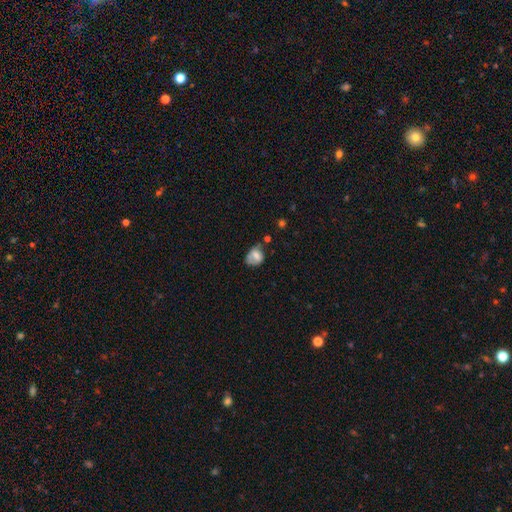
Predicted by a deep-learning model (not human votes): smooth_or_featured: smooth (p=0.65) [alt: featured or disk p=0.25]
how_rounded: in between (p=0.58) [alt: round p=0.41]
merging: none (p=0.39) [alt: minor disturbance p=0.33]